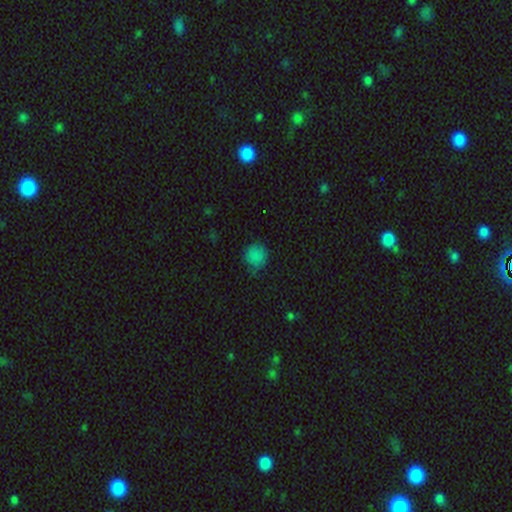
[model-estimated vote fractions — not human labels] Overall: smooth (82%). How rounded: round (88%). Merging: none (67%).